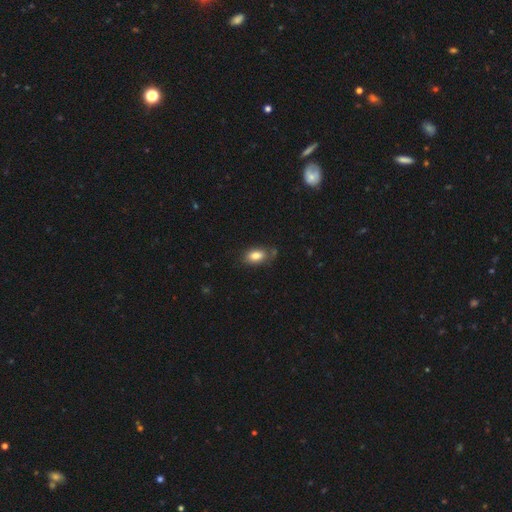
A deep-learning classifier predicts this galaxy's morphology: This appears to be a smooth galaxy with no disk features (83%) that is in between round and cigar-shaped (89%). Merging: none (71%).